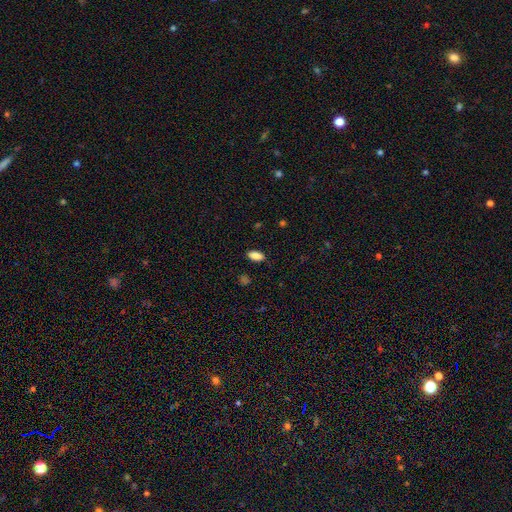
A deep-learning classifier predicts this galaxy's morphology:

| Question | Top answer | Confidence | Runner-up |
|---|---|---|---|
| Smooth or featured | smooth | 87% | star or artifact (8%) |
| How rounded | in between | 88% | cigar-shaped (9%) |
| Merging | none | 86% | minor disturbance (11%) |